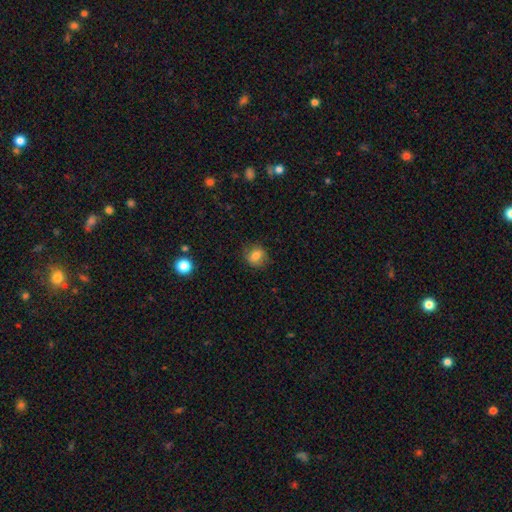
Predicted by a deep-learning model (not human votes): Morphology: type=smooth (79%); roundness=round (65%); merging=none (79%).